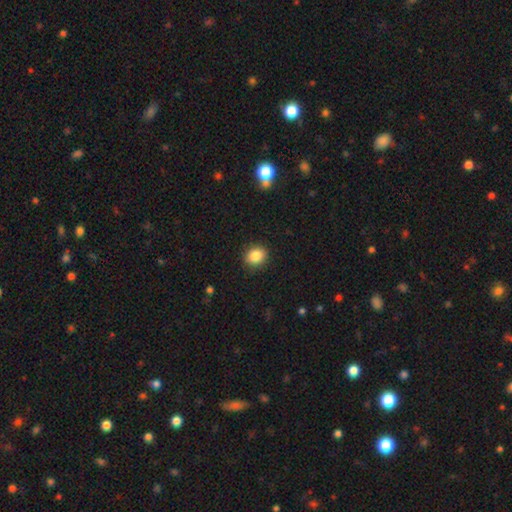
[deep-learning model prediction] smooth 86%, star or artifact 10%, featured or disk 5%. Down the decision tree: how rounded — round (67%); merging — none (89%).